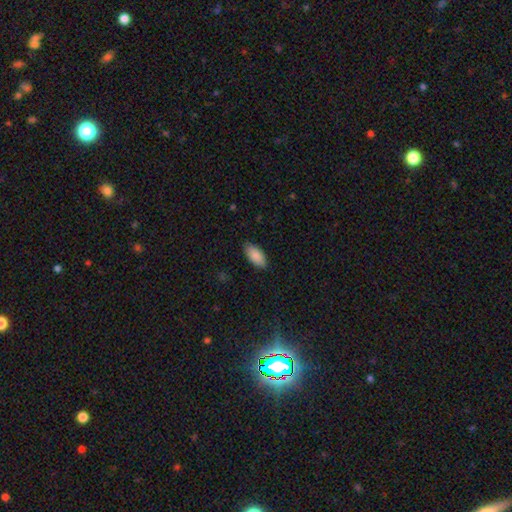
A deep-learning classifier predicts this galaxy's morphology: smooth 89%, star or artifact 6%, featured or disk 5%. Down the decision tree: how rounded — in between (92%); merging — none (86%).